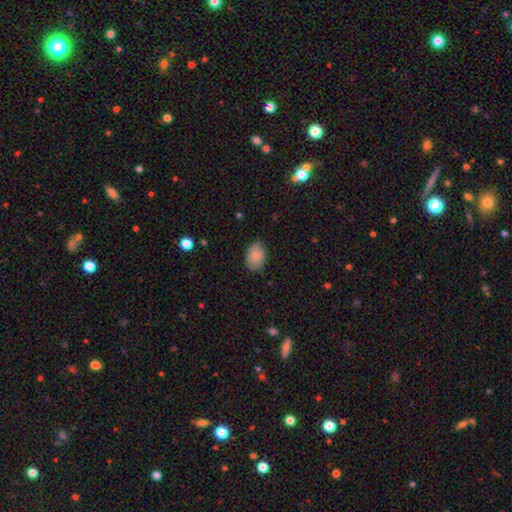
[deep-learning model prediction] Q: Smooth or featured?
A: smooth (84%); runner-up: featured or disk (9%)
Q: How rounded?
A: in between (82%); runner-up: round (17%)
Q: Merging?
A: none (81%); runner-up: minor disturbance (15%)